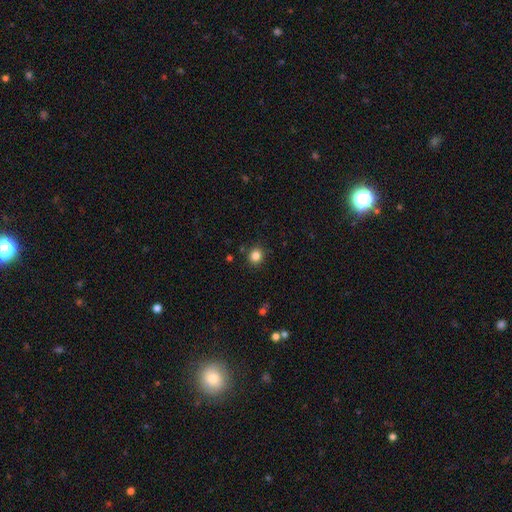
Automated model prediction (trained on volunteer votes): smooth_or_featured: smooth (p=0.83) [alt: star or artifact p=0.12]
how_rounded: round (p=0.85) [alt: in between p=0.14]
merging: none (p=0.89) [alt: minor disturbance p=0.07]